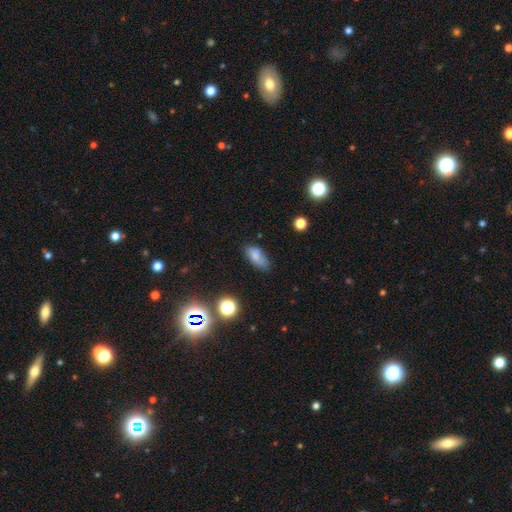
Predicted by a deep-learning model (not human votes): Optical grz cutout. It shows a smooth galaxy with no disk features (77%) that is in between round and cigar-shaped (86%). Merging: none (58%).